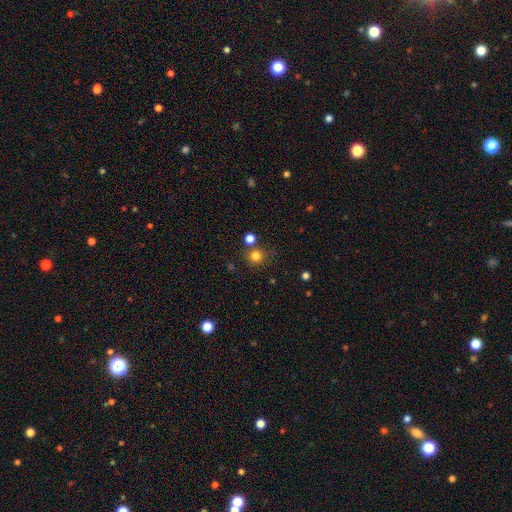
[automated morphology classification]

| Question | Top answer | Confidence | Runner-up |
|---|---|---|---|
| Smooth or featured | smooth | 80% | star or artifact (15%) |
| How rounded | round | 92% | in between (7%) |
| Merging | none | 76% | merger (11%) |